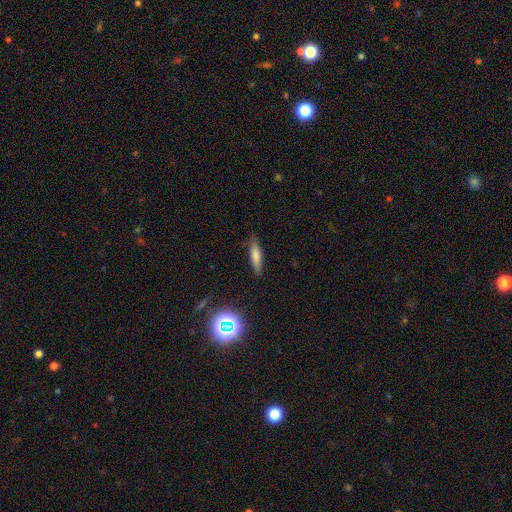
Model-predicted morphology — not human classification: smooth-or-featured: smooth: 73% | featured or disk: 18% | star or artifact: 10%
  how-rounded: cigar-shaped: 75% | in between: 23% | round: 2%
  merging: none: 84% | minor disturbance: 12% | major disturbance: 3% | merger: 1%